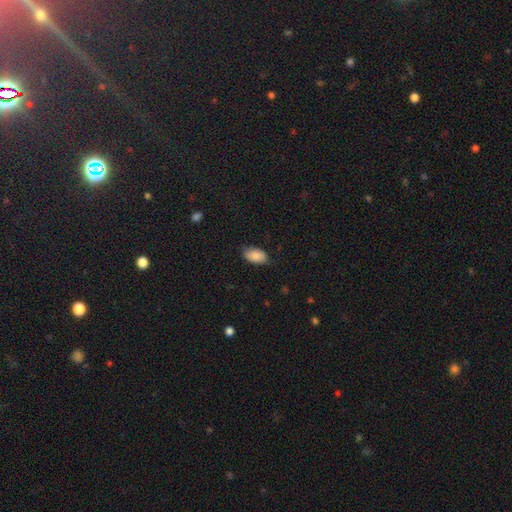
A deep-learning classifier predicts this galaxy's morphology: Q: Smooth or featured?
A: smooth (86%); runner-up: featured or disk (7%)
Q: How rounded?
A: in between (94%); runner-up: round (4%)
Q: Merging?
A: none (79%); runner-up: minor disturbance (17%)